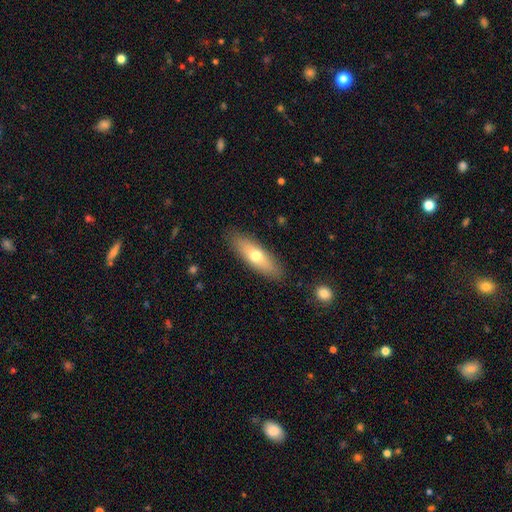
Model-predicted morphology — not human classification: The model was most divided on "how rounded": in between: 52%, cigar-shaped: 46%, round: 3%. More confident: merging — none (87%); smooth or featured — smooth (63%).